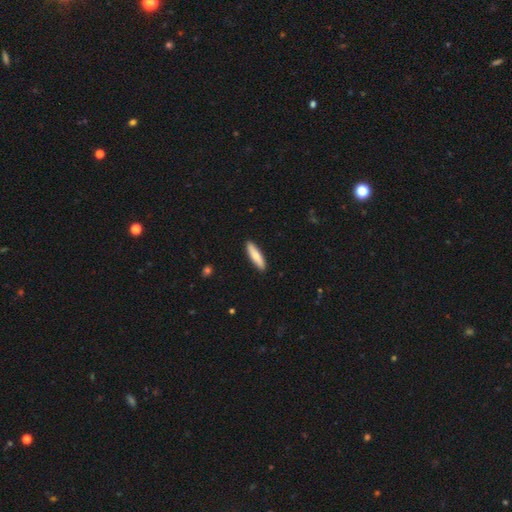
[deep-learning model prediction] Q: Smooth or featured?
A: smooth (70%); runner-up: featured or disk (25%)
Q: How rounded?
A: cigar-shaped (78%); runner-up: in between (20%)
Q: Merging?
A: none (91%); runner-up: minor disturbance (7%)